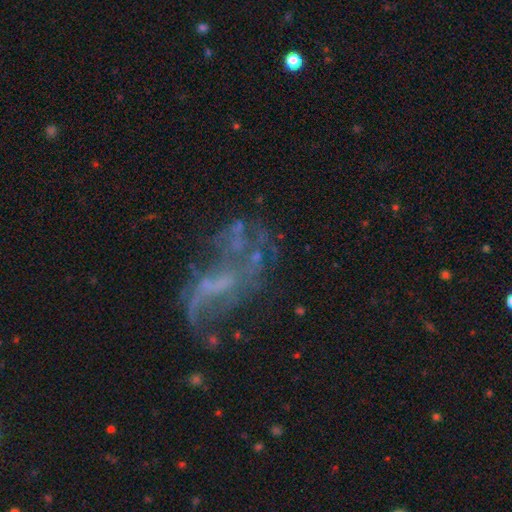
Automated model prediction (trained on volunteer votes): Q: Smooth or featured?
A: featured or disk (66%); runner-up: star or artifact (18%)
Q: Edge-on disk?
A: no (96%); runner-up: yes (4%)
Q: Bar?
A: no (62%); runner-up: weak (26%)
Q: Spiral arms?
A: no (57%); runner-up: yes (43%)
Q: Bulge size?
A: none (63%); runner-up: small (23%)
Q: Merging?
A: major disturbance (37%); tied with: none (37%)